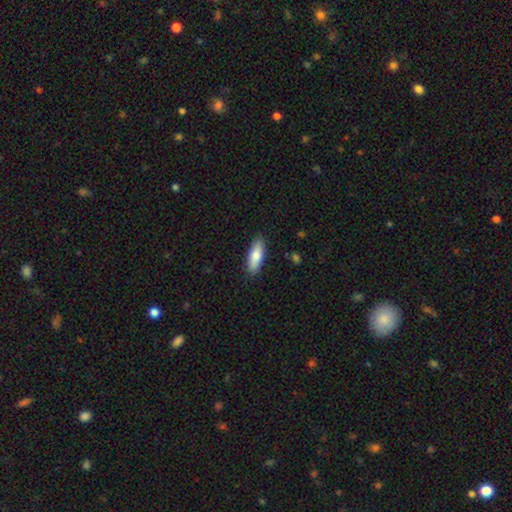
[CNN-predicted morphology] type=smooth (80%); roundness=in between (60%); merging=none (88%).